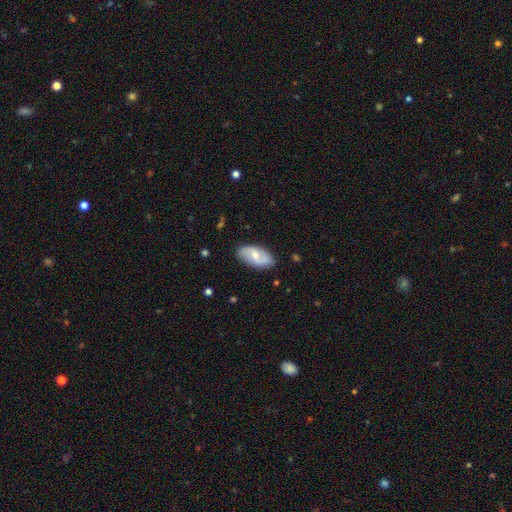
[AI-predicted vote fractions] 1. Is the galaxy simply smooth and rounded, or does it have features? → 49% featured or disk, 45% smooth, 6% star or artifact.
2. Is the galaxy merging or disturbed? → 83% none, 13% minor disturbance, 3% major disturbance, 1% merger.